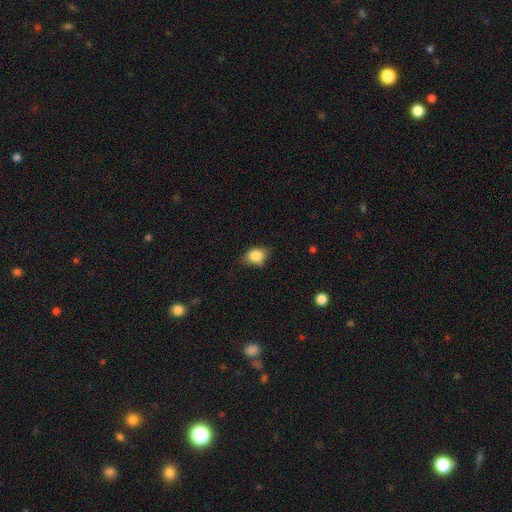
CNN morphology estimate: A smooth galaxy with no disk features (81%) that is in between round and cigar-shaped (56%). Merging: none (61%).